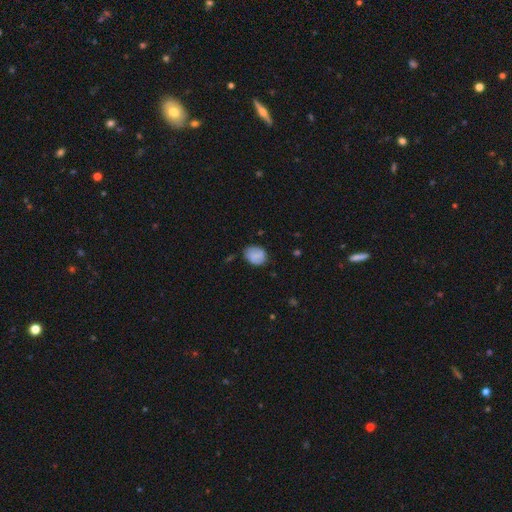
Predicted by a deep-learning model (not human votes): smooth-or-featured: smooth: 74% | featured or disk: 18% | star or artifact: 8%
  how-rounded: round: 50% | in between: 48% | cigar-shaped: 1%
  merging: none: 75% | minor disturbance: 19% | major disturbance: 4% | merger: 2%